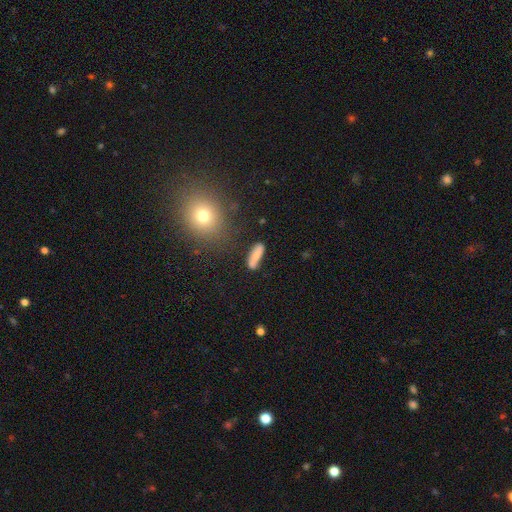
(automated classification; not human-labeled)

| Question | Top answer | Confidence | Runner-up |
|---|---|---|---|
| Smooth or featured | smooth | 78% | featured or disk (13%) |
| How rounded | cigar-shaped | 52% | in between (44%) |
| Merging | none | 63% | minor disturbance (19%) |